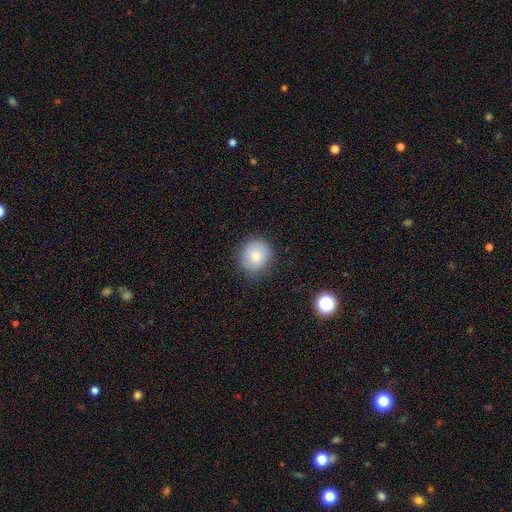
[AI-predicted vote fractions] Q: Smooth or featured?
A: smooth (79%); runner-up: featured or disk (12%)
Q: How rounded?
A: round (86%); runner-up: in between (13%)
Q: Merging?
A: none (82%); runner-up: minor disturbance (13%)